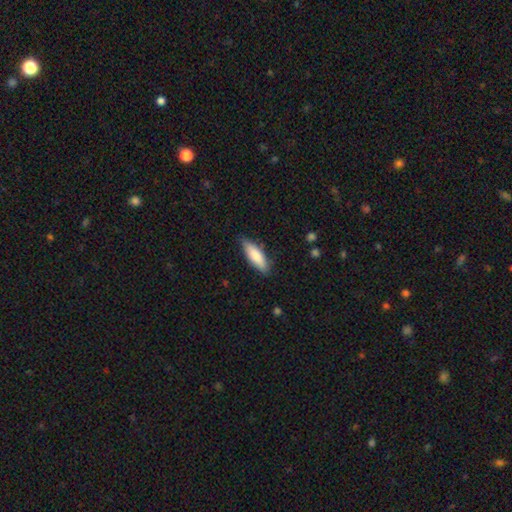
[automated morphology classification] smooth_or_featured: smooth (p=0.80) [alt: featured or disk p=0.15]
how_rounded: cigar-shaped (p=0.51) [alt: in between p=0.47]
merging: none (p=0.82) [alt: minor disturbance p=0.14]